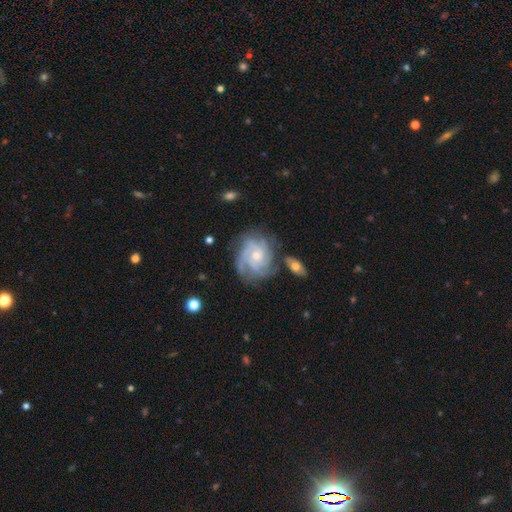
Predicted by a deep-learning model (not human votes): smooth_or_featured: featured or disk (p=0.84) [alt: smooth p=0.10]
disk_edge_on: no (p=0.97) [alt: yes p=0.03]
bar: no (p=0.72) [alt: weak p=0.24]
has_spiral_arms: yes (p=0.96) [alt: no p=0.04]
spiral_winding: tight (p=0.59) [alt: medium p=0.33]
spiral_arm_count: 4 (p=0.26) [tied with: 3 p=0.26]
bulge_size: small (p=0.51) [alt: moderate p=0.43]
merging: none (p=0.66) [alt: minor disturbance p=0.20]